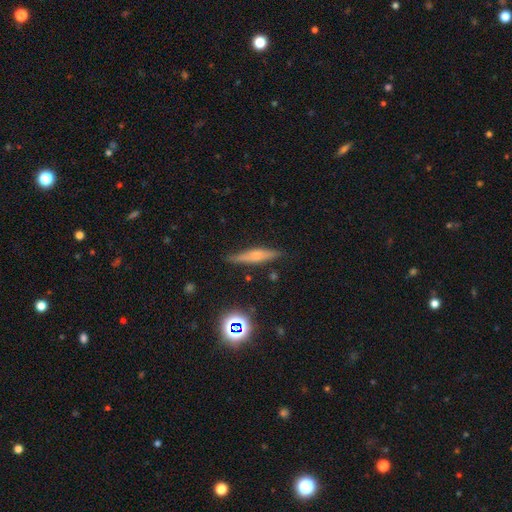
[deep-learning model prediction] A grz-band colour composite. It shows a featured or disk galaxy (46%). Merging: none (84%).